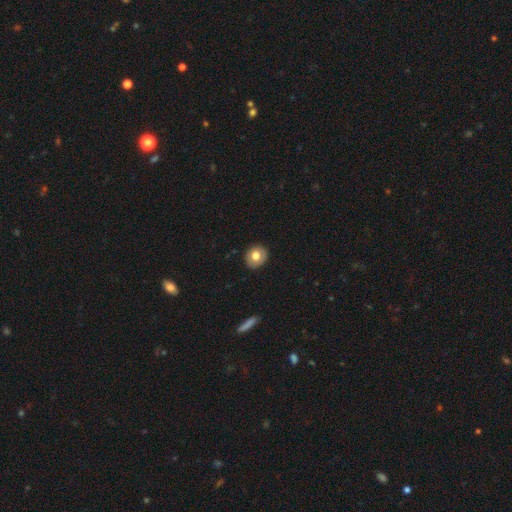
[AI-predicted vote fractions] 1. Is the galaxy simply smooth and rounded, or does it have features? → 74% smooth, 17% featured or disk, 8% star or artifact.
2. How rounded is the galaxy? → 78% round, 21% in between, 1% cigar-shaped.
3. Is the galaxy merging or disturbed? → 88% none, 9% minor disturbance, 2% major disturbance, 1% merger.